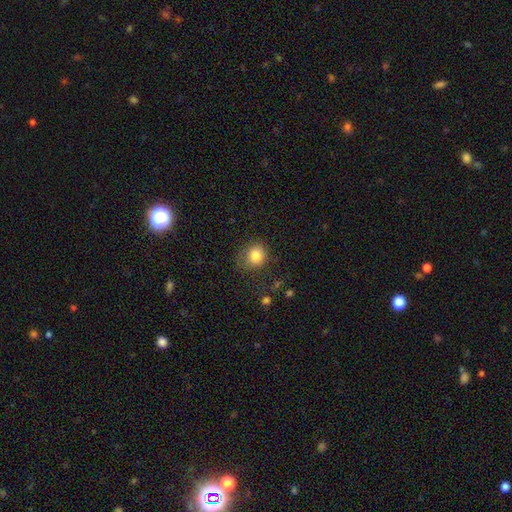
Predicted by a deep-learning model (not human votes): Overall: smooth (83%). How rounded: round (76%). Merging: none (70%).